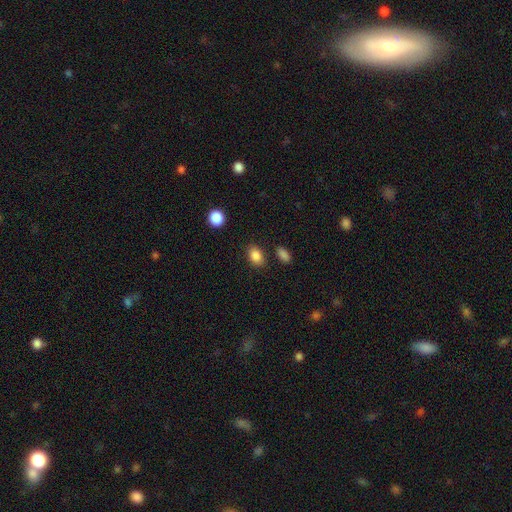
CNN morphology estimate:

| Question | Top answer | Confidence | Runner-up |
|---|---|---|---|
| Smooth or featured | smooth | 86% | star or artifact (9%) |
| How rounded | in between | 79% | round (20%) |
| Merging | none | 83% | minor disturbance (10%) |